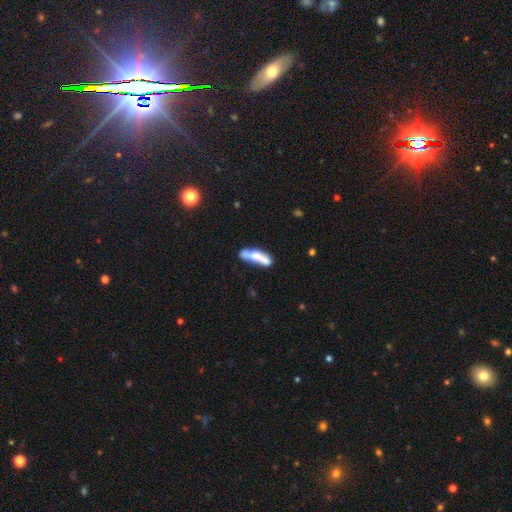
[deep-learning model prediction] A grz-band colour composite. It shows a featured or disk galaxy (48%). Merging: none (43%).